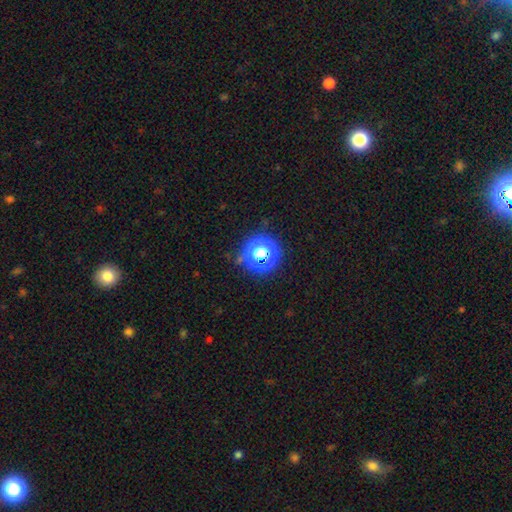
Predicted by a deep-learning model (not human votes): This is likely a star or artifact rather than a galaxy (62%).